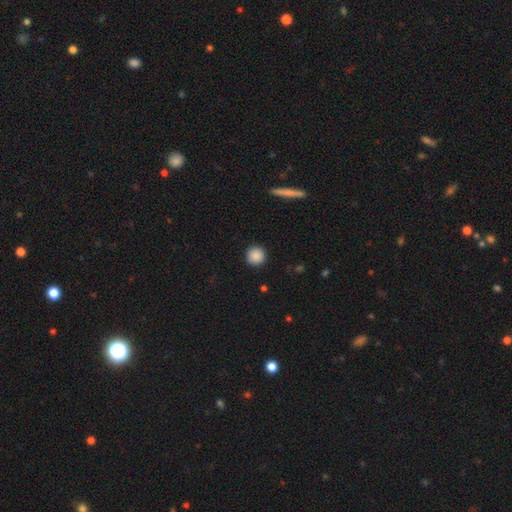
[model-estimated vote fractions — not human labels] Smooth or featured? smooth (89%)
How rounded? round (95%)
Merging? none (93%)